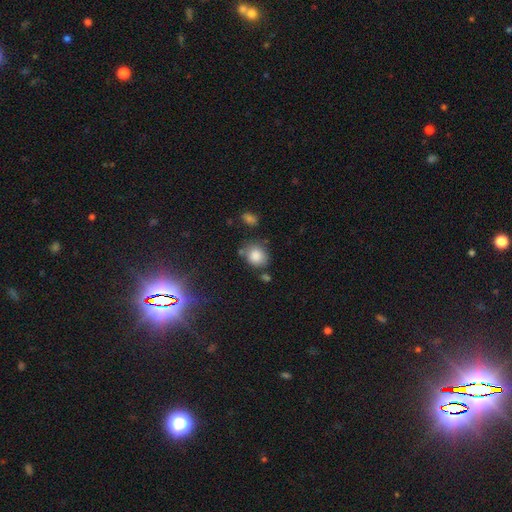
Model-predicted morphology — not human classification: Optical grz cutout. It shows a smooth galaxy with no disk features (84%) that is round (66%). Merging: none (65%).